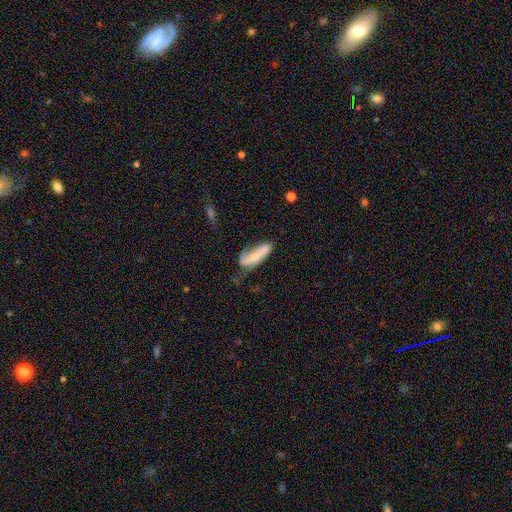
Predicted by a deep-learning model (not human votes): Overall: smooth (60%; featured or disk 32%). How rounded: in between (51%; cigar-shaped 47%). Merging: none (35%; minor disturbance 32%).